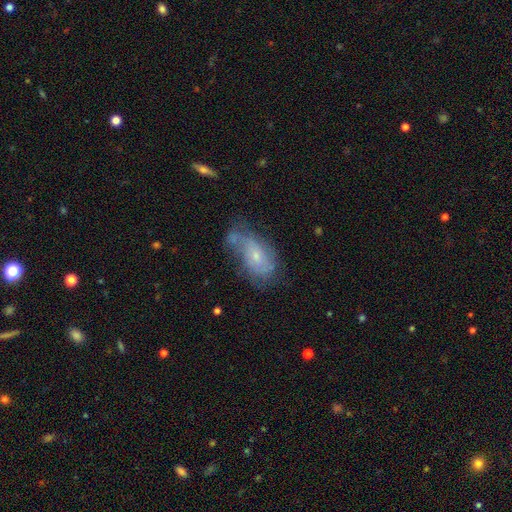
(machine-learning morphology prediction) Smooth or featured? Predicted: featured or disk (p=0.52). Edge-on disk? Predicted: no (p=0.93). Merging? Predicted: none (p=0.42).